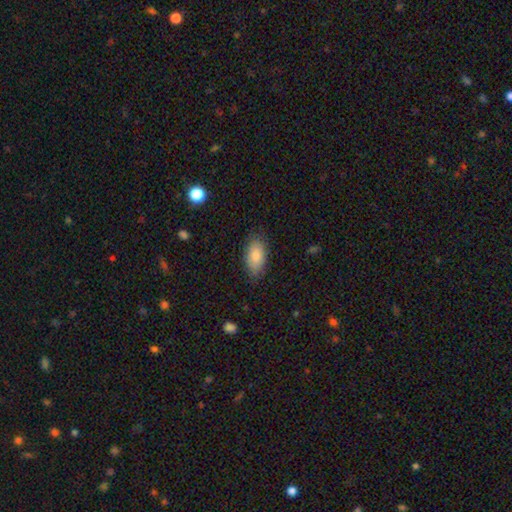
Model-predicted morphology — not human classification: smooth 81%, featured or disk 12%, star or artifact 7%. Down the decision tree: how rounded — in between (92%); merging — none (81%).